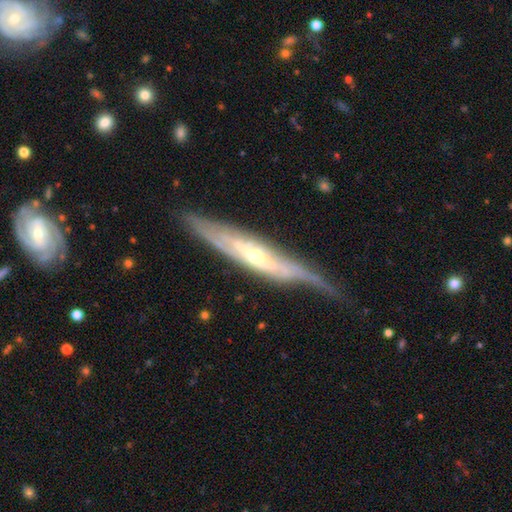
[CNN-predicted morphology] Smooth or featured? Predicted: featured or disk (p=0.81). Edge-on disk? Predicted: yes (p=0.63). Edge-on bulge? Predicted: rounded (p=0.72). Merging? Predicted: none (p=0.61).